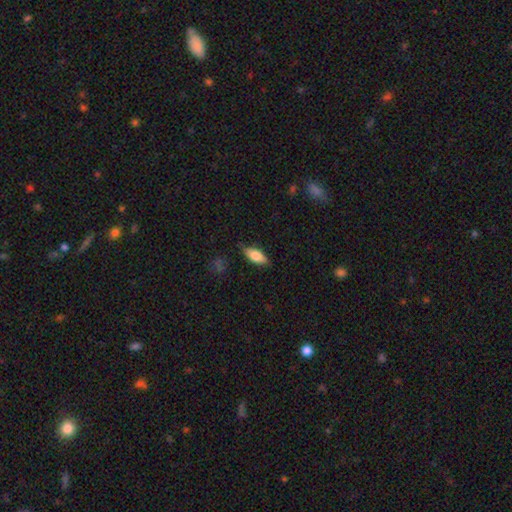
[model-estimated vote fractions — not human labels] smooth_or_featured: smooth (p=0.75) [alt: featured or disk p=0.19]
how_rounded: in between (p=0.79) [alt: cigar-shaped p=0.19]
merging: none (p=0.79) [alt: minor disturbance p=0.16]